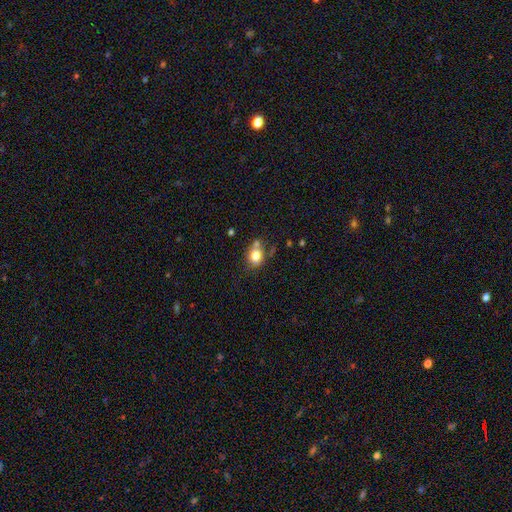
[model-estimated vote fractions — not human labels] A smooth galaxy with no disk features (79%) that is round (61%). Merging: none (59%).